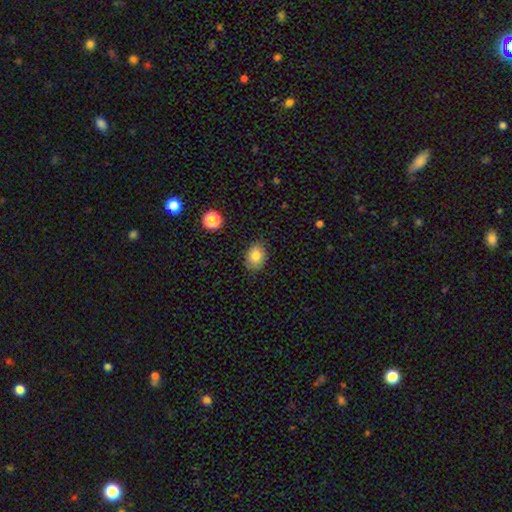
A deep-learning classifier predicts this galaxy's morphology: A smooth galaxy with no disk features (82%) that is in between round and cigar-shaped (68%). Merging: none (84%).